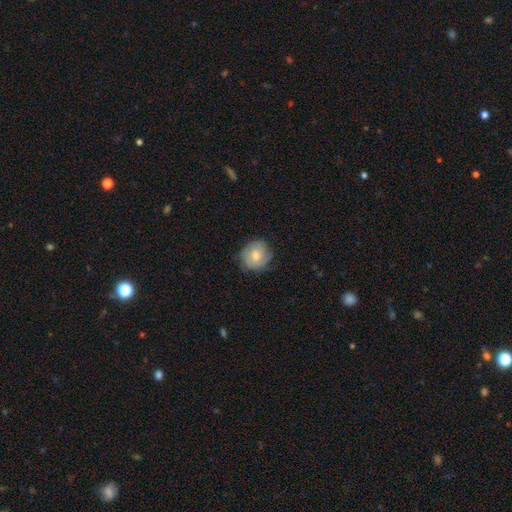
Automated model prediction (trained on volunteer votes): Q: Smooth or featured?
A: featured or disk (52%); runner-up: smooth (41%)
Q: Edge-on disk?
A: no (97%); runner-up: yes (3%)
Q: Bar?
A: no (62%); runner-up: weak (33%)
Q: Spiral arms?
A: yes (84%); runner-up: no (16%)
Q: Bulge size?
A: moderate (63%); runner-up: small (26%)
Q: Merging?
A: none (75%); runner-up: minor disturbance (19%)